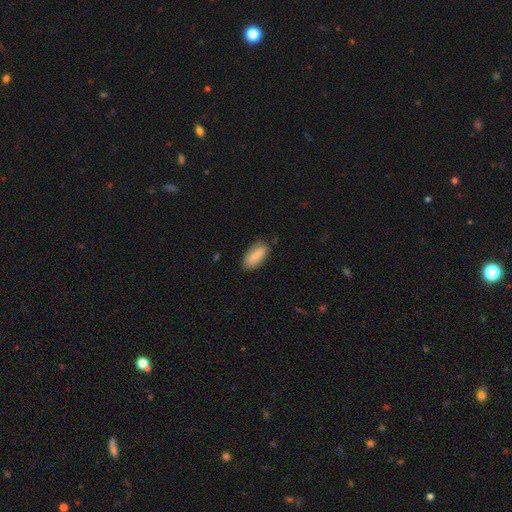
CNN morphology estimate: Q: Smooth or featured?
A: smooth (85%); runner-up: featured or disk (9%)
Q: How rounded?
A: in between (83%); runner-up: cigar-shaped (15%)
Q: Merging?
A: none (79%); runner-up: minor disturbance (17%)